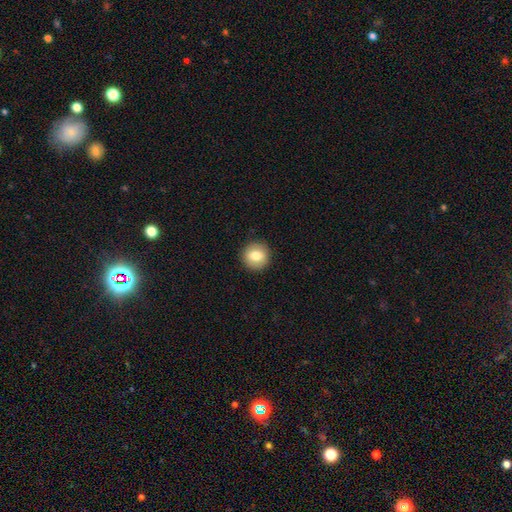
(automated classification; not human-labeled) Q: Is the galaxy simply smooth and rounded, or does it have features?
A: smooth — 78%.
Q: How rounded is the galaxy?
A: round — 92%.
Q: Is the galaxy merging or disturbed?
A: none — 92%.